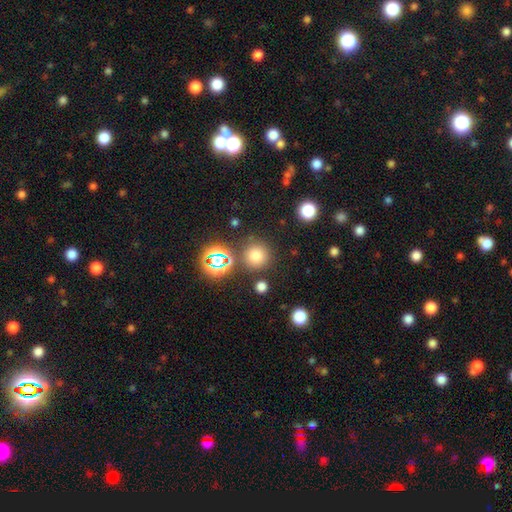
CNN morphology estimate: smooth_or_featured: smooth (p=0.71) [alt: star or artifact p=0.22]
how_rounded: round (p=0.93) [alt: in between p=0.06]
merging: none (p=0.80) [alt: minor disturbance p=0.09]